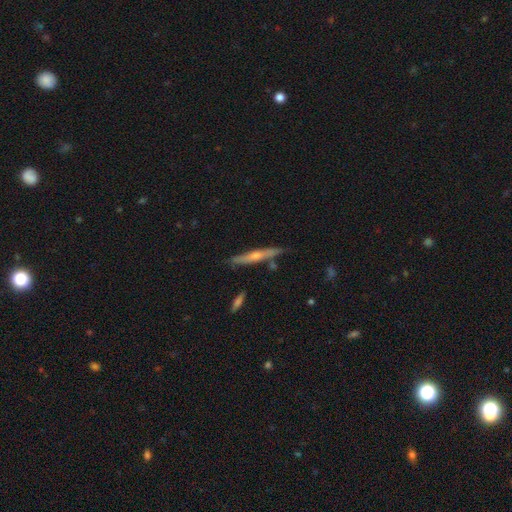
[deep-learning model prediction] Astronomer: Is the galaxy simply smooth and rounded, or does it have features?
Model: featured or disk — 62%.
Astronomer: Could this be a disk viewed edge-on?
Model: yes — 95%.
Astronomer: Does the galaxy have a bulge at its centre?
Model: rounded — 77%.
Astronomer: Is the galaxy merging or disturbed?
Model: none — 82%.